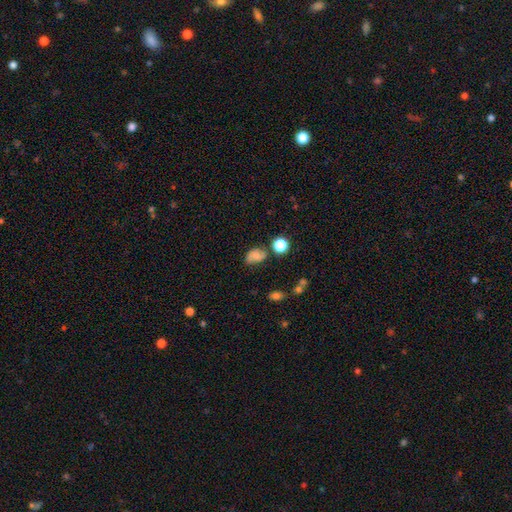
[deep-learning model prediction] The model was most divided on "smooth or featured": smooth: 56%, featured or disk: 30%, star or artifact: 13%. More confident: how rounded — in between (70%); merging — none (64%).